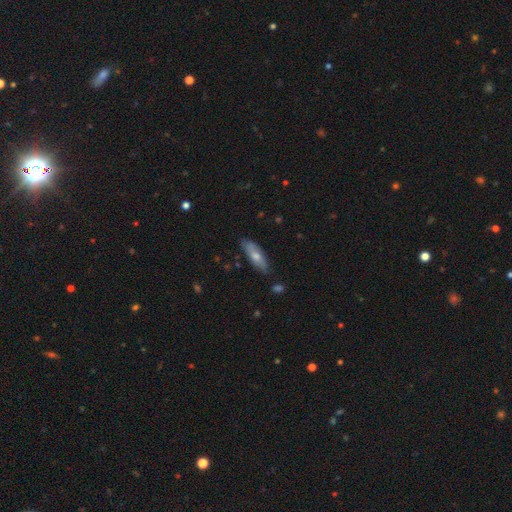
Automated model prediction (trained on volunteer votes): A smooth galaxy with no disk features (61%) that is in between round and cigar-shaped (54%).

Vote fractions:
- Smooth or featured? smooth: 61% / featured or disk: 33% / star or artifact: 6%
- How rounded? in between: 54% / cigar-shaped: 43% / round: 2%
- Merging? none: 80% / minor disturbance: 16% / major disturbance: 2% / merger: 2%